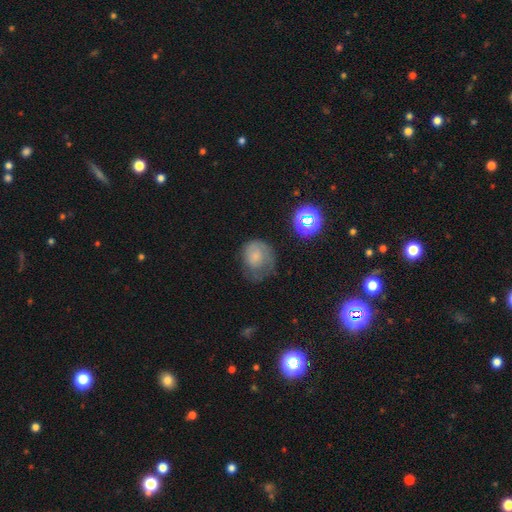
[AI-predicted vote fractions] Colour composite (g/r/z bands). It shows a smooth galaxy with no disk features (56%) that is round (67%). Merging: none (38%).